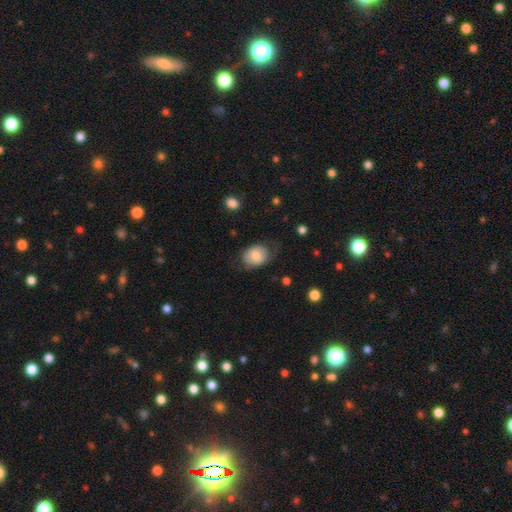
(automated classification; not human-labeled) smooth_or_featured: smooth (p=0.71) [alt: featured or disk p=0.22]
how_rounded: in between (p=0.61) [alt: round p=0.38]
merging: none (p=0.55) [alt: minor disturbance p=0.27]